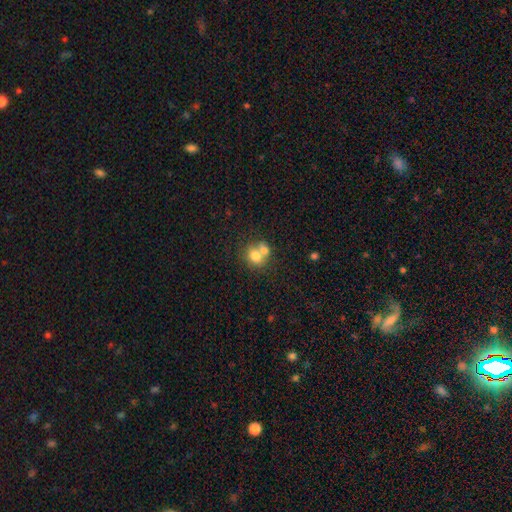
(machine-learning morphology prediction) Q: Smooth or featured?
A: smooth (73%); runner-up: featured or disk (16%)
Q: How rounded?
A: round (61%); runner-up: in between (38%)
Q: Merging?
A: merger (57%); runner-up: none (31%)